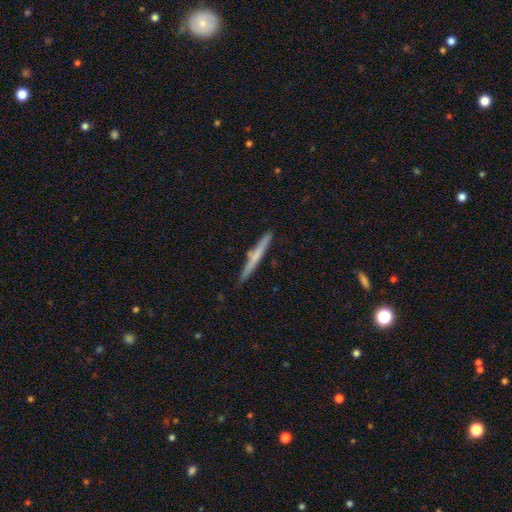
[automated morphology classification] Q: Smooth or featured?
A: smooth (51%); runner-up: featured or disk (44%)
Q: How rounded?
A: cigar-shaped (96%); runner-up: in between (2%)
Q: Merging?
A: none (87%); runner-up: minor disturbance (10%)